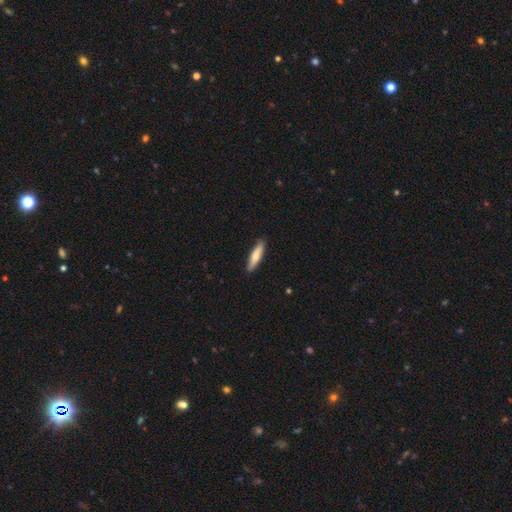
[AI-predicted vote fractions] This appears to be a smooth galaxy with no disk features (66%) that is cigar-shaped (79%). Merging: none (88%).